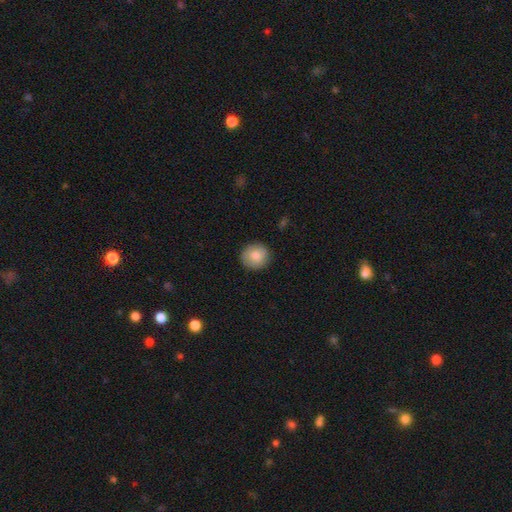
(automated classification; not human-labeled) Q: Smooth or featured?
A: smooth (83%); runner-up: featured or disk (10%)
Q: How rounded?
A: round (90%); runner-up: in between (9%)
Q: Merging?
A: none (88%); runner-up: minor disturbance (9%)